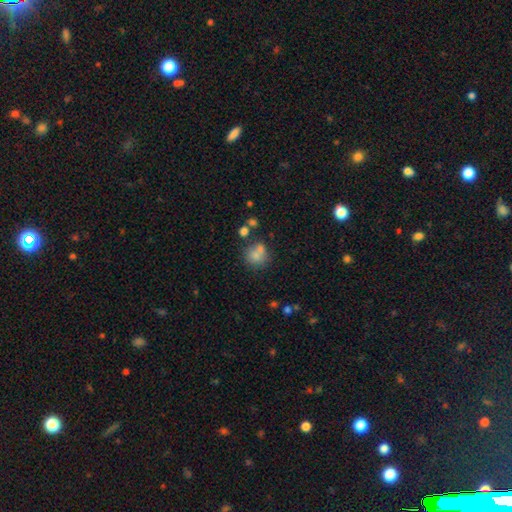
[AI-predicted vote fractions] Overall: smooth (70%). How rounded: round (81%). Merging: none (54%; merger 28%).